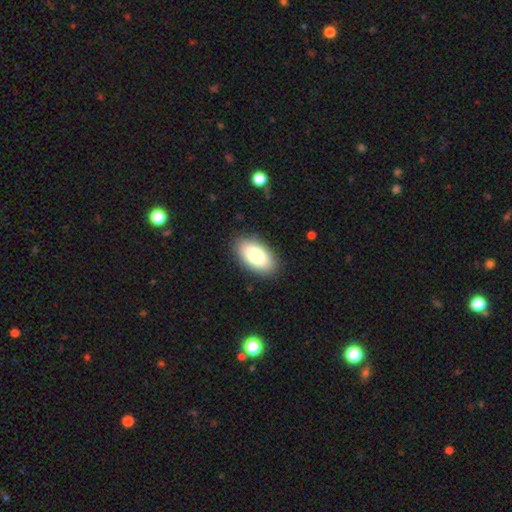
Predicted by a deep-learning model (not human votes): This appears to be a smooth galaxy with no disk features (83%) that is in between round and cigar-shaped (95%). Merging: none (87%).